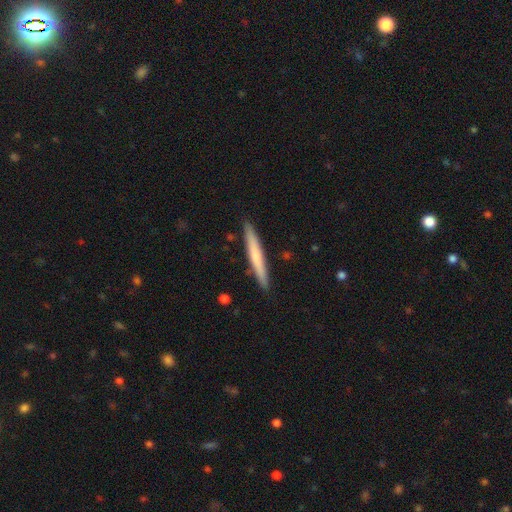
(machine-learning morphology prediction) This appears to be a smooth galaxy with no disk features (57%) that is cigar-shaped (96%). Merging: none (90%).